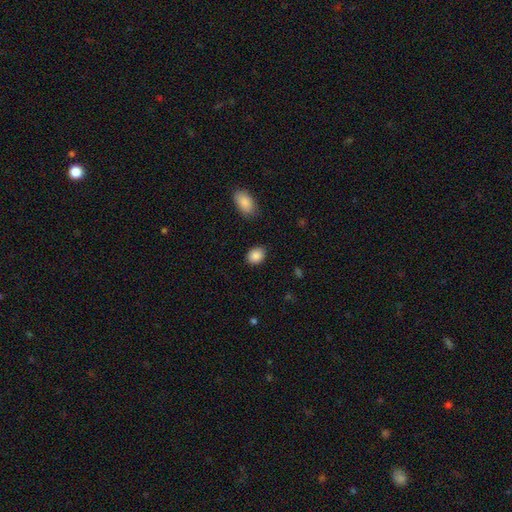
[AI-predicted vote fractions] Morphology: type=smooth (88%); roundness=in between (62%); merging=none (86%).